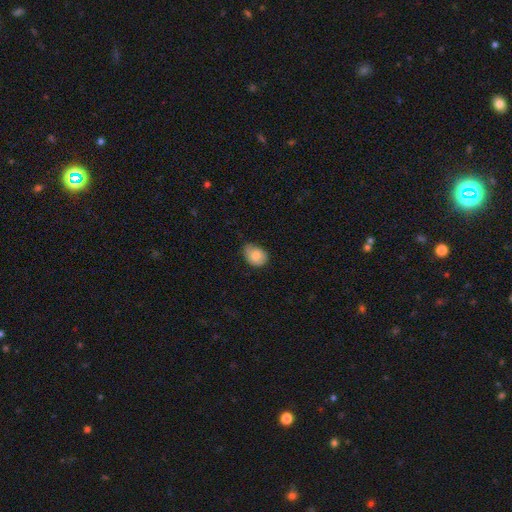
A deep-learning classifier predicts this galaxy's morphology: Overall: smooth (79%). How rounded: in between (56%; round 43%). Merging: none (56%; minor disturbance 36%).